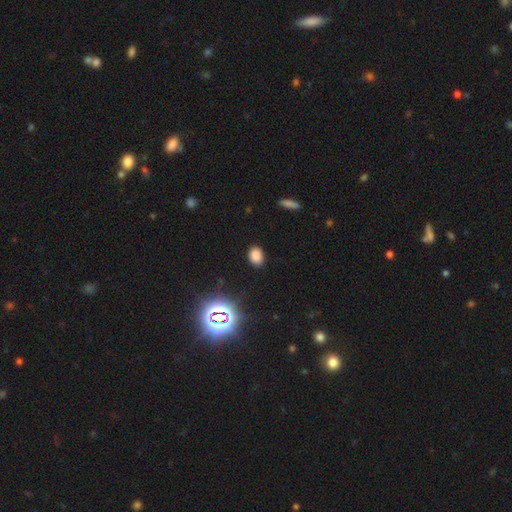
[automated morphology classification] type=smooth (79%); roundness=in between (73%); merging=none (87%).